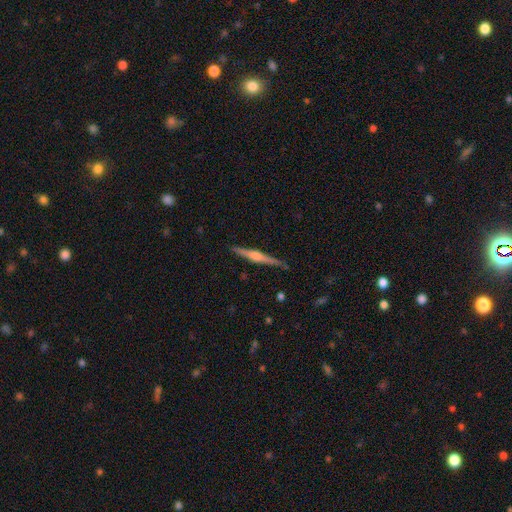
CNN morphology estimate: This appears to be a featured or disk galaxy (82%) viewed edge-on (98%) with a rounded central bulge (77%). Merging: none (90%).